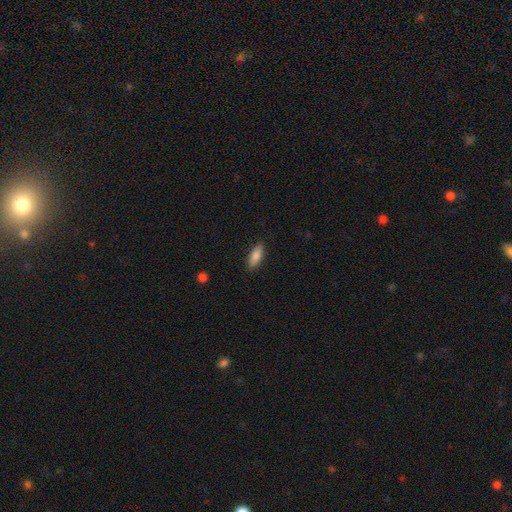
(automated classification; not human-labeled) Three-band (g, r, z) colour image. It shows a smooth galaxy with no disk features (85%) that is in between round and cigar-shaped (76%). Merging: none (87%).